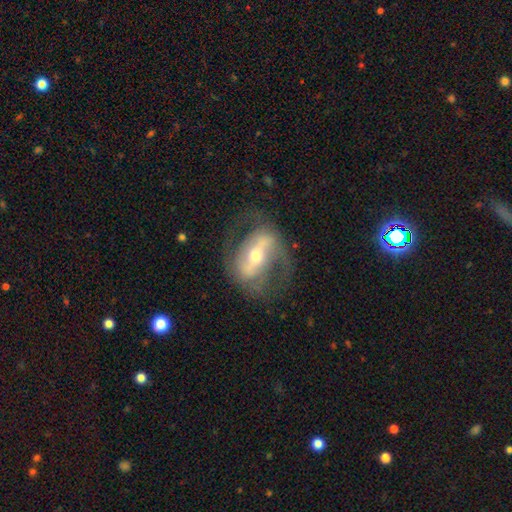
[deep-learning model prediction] A featured or disk galaxy (80%) with a strong bar (57%), 2 (82%) medium (47%) spiral arms (80%) and a moderate central bulge (56%). Merging: none (65%).